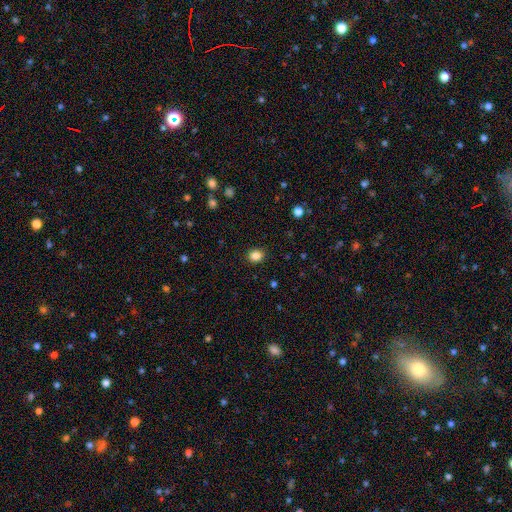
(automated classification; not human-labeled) Overall: smooth (85%). How rounded: round (67%; in between 32%). Merging: none (90%).